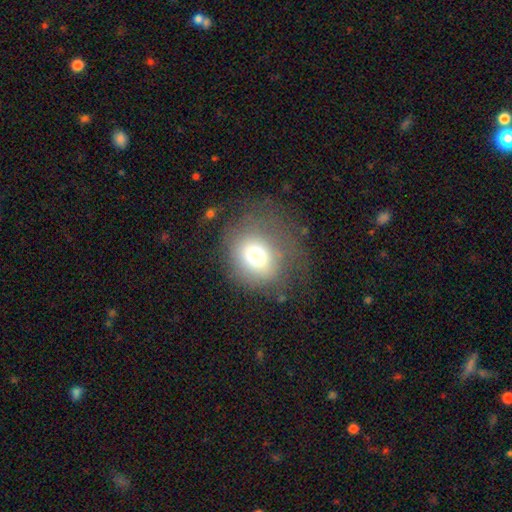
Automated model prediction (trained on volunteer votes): A smooth galaxy with no disk features (70%) that is round (74%).

Vote fractions:
- Smooth or featured? smooth: 70% / featured or disk: 16% / star or artifact: 15%
- How rounded? round: 74% / in between: 25% / cigar-shaped: 1%
- Merging? none: 59% / major disturbance: 20% / minor disturbance: 19% / merger: 2%